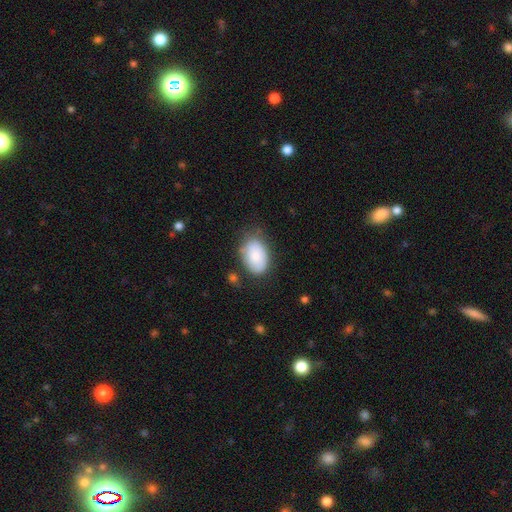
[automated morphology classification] type=smooth (84%); roundness=in between (90%); merging=none (68%).